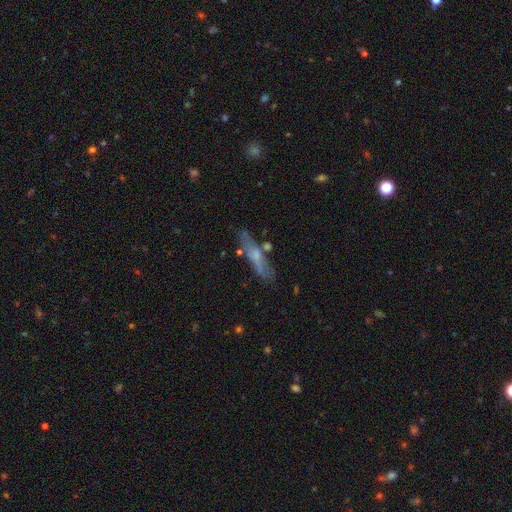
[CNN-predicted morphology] Smooth or featured? Predicted: smooth (p=0.48). Merging? Predicted: none (p=0.65).